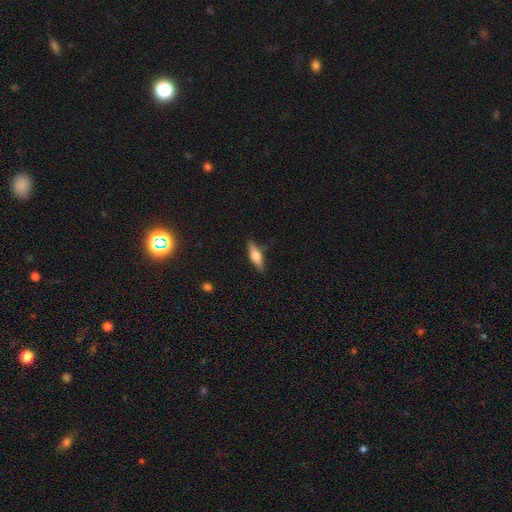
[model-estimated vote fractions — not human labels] smooth 64%, featured or disk 29%, star or artifact 7%. Down the decision tree: how rounded — cigar-shaped (52%); merging — none (84%).